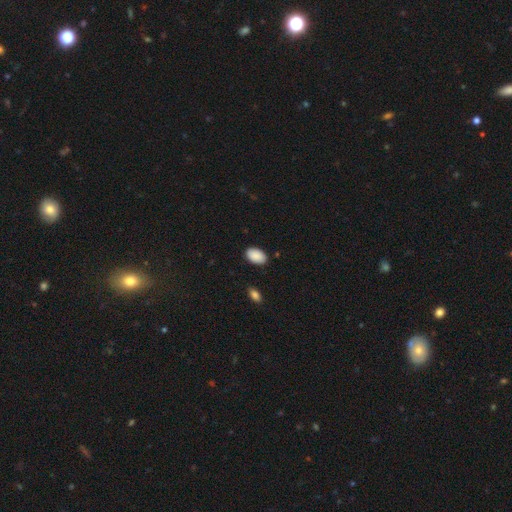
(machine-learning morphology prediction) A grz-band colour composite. It shows a smooth galaxy with no disk features (90%) that is in between round and cigar-shaped (92%). Merging: none (86%).